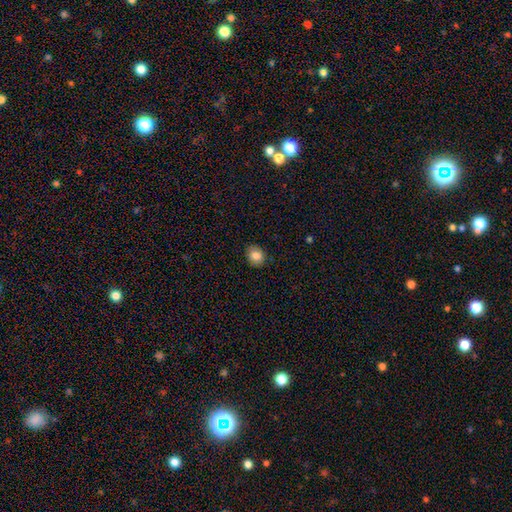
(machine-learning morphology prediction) Smooth or featured? smooth (84%)
How rounded? round (65%)
Merging? none (89%)